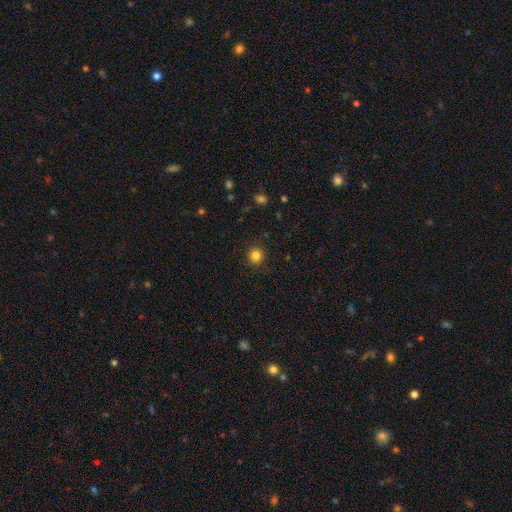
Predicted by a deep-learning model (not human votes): The model was most divided on "smooth or featured": smooth: 83%, star or artifact: 12%, featured or disk: 4%. More confident: how rounded — round (94%); merging — none (90%).